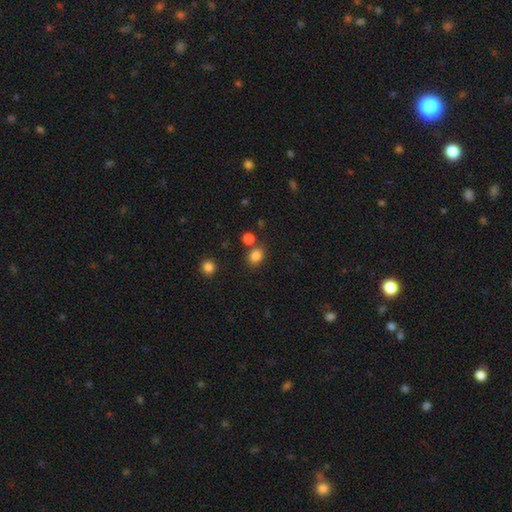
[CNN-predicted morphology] Q: Smooth or featured?
A: smooth (83%); runner-up: star or artifact (12%)
Q: How rounded?
A: round (53%); runner-up: in between (46%)
Q: Merging?
A: none (72%); runner-up: merger (14%)